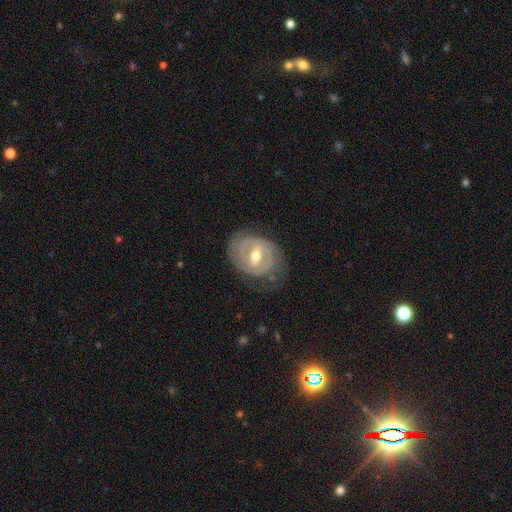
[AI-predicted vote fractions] A featured or disk galaxy (84%) with a weak bar (44%), 2 (61%) tight (68%) spiral arms (84%) and a moderate central bulge (75%).

Vote fractions:
- Smooth or featured? featured or disk: 84% / smooth: 11% / star or artifact: 5%
- Edge-on disk? no: 96% / yes: 4%
- Bar? weak: 44% / strong: 43% / no: 13%
- Spiral arms? yes: 84% / no: 16%
- Spiral winding? tight: 68% / medium: 25% / loose: 8%
- Spiral arm count? 2: 61% / can't tell: 22% / 3: 7% / 1: 5% / 4: 2% / more than 4: 2%
- Bulge size? moderate: 75% / small: 18% / large: 5% / none: 1% / dominant: 1%
- Merging? none: 70% / minor disturbance: 19% / major disturbance: 9% / merger: 1%